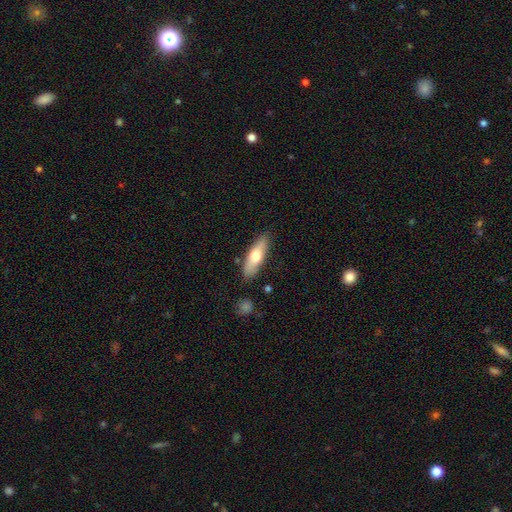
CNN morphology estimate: Overall: smooth (65%; featured or disk 30%). How rounded: in between (49%, tied with cigar-shaped). Merging: none (83%).